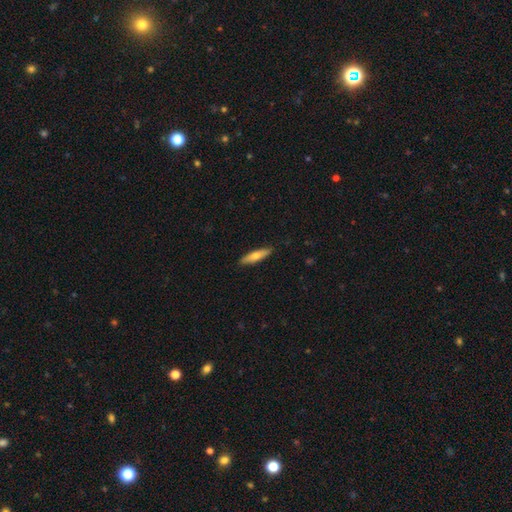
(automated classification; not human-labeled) A smooth galaxy with no disk features (62%) that is cigar-shaped (75%). Merging: none (90%).